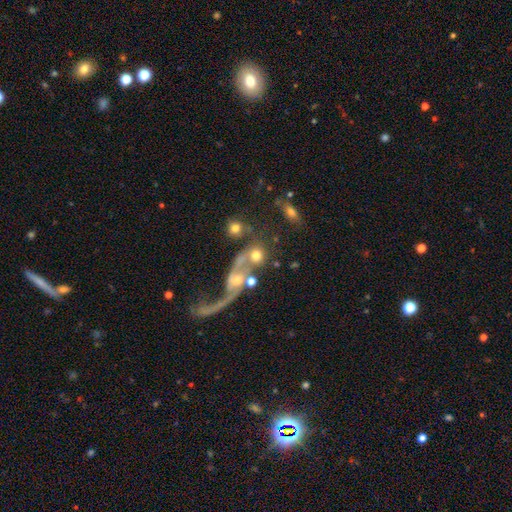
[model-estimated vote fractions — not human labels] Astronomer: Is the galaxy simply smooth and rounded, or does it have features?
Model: smooth — 45% (runner-up: featured or disk, 44%).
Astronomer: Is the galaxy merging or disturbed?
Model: merger — 38% (runner-up: none, 36%).